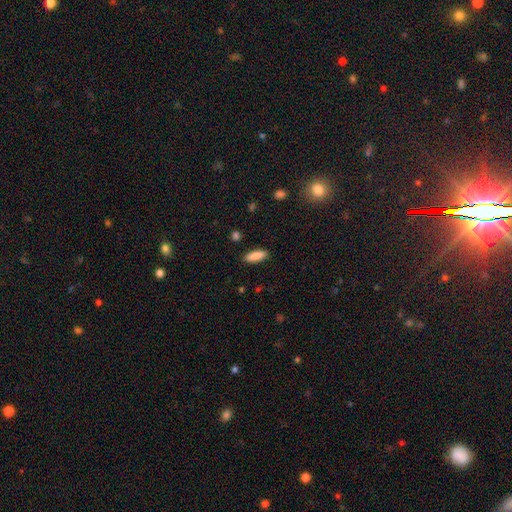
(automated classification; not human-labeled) A smooth galaxy with no disk features (88%) that is in between round and cigar-shaped (59%). Merging: none (88%).